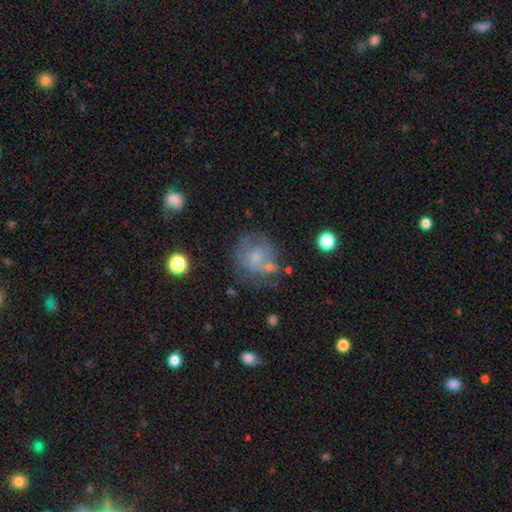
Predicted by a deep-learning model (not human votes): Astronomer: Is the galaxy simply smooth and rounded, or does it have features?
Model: smooth — 49% (runner-up: featured or disk, 38%).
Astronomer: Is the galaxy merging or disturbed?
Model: none — 49%.